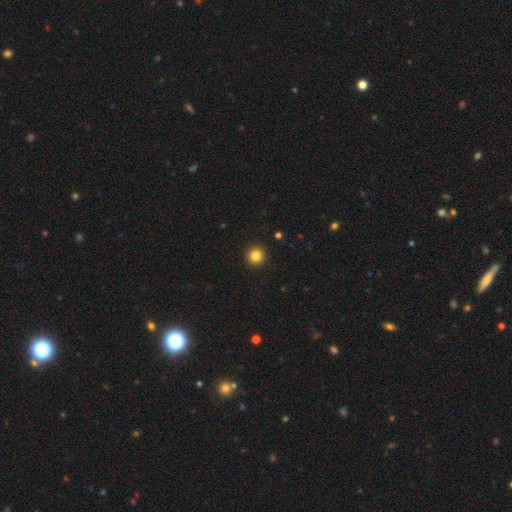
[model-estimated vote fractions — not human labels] Smooth or featured? Predicted: smooth (p=0.83). How rounded? Predicted: round (p=0.95). Merging? Predicted: none (p=0.94).